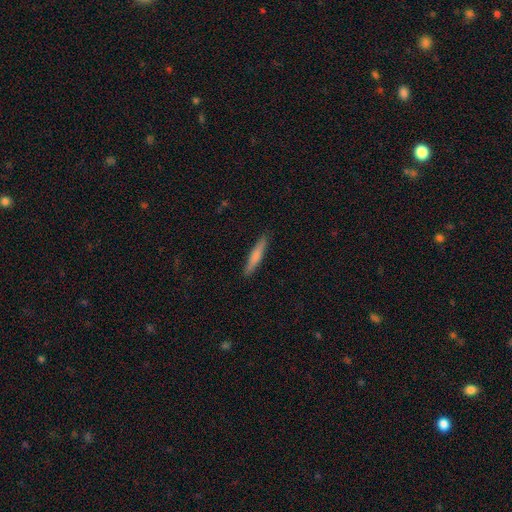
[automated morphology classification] Q: Smooth or featured?
A: smooth (71%); runner-up: featured or disk (23%)
Q: How rounded?
A: cigar-shaped (92%); runner-up: in between (7%)
Q: Merging?
A: none (90%); runner-up: minor disturbance (7%)